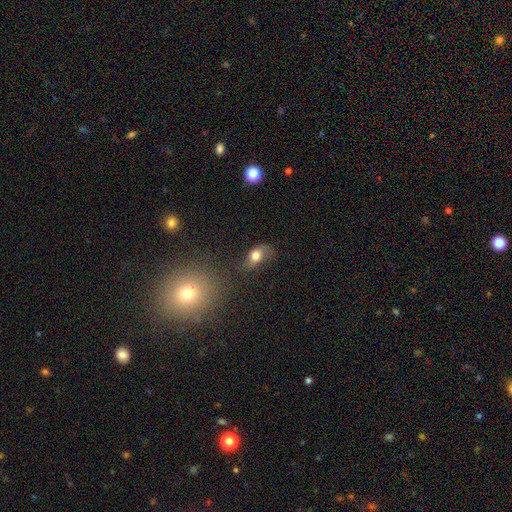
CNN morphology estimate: smooth 73%, featured or disk 17%, star or artifact 10%. Down the decision tree: how rounded — in between (79%); merging — none (47%).